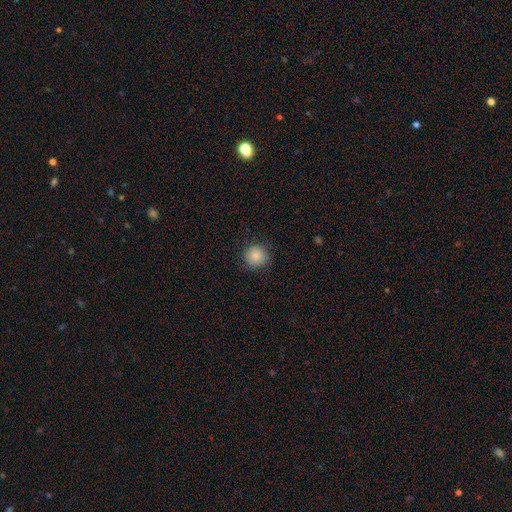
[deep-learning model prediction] smooth 85%, star or artifact 10%, featured or disk 5%. Down the decision tree: how rounded — round (92%); merging — none (86%).